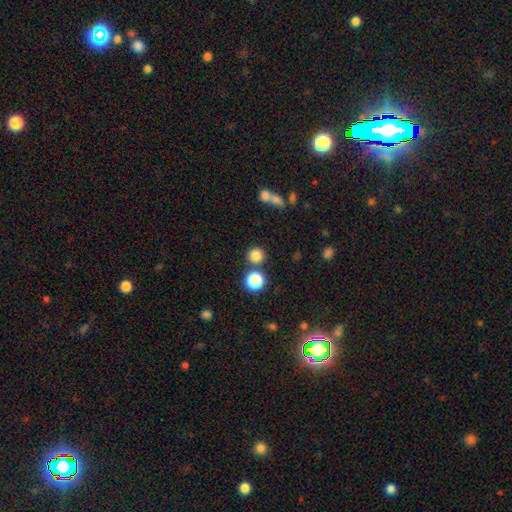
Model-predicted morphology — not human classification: Overall: smooth (80%). How rounded: round (93%). Merging: none (80%).